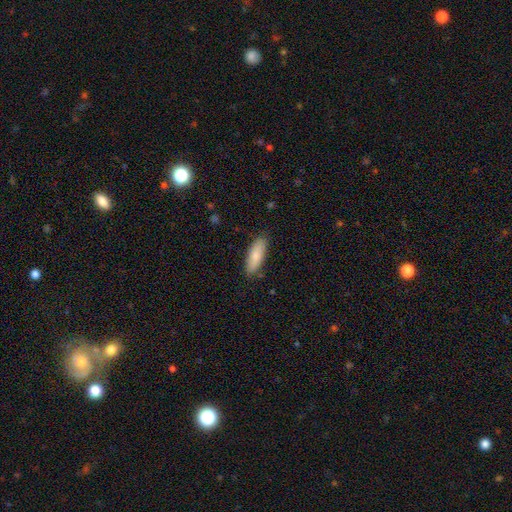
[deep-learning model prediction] This is clearly a smooth galaxy (83%). How rounded: possibly in between (60%). Merging: clearly none (85%).